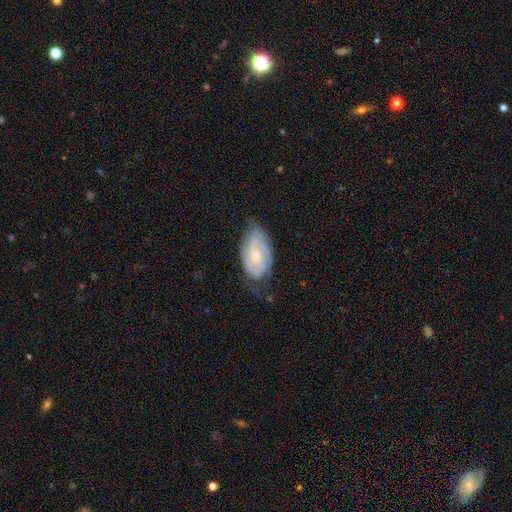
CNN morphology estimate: Smooth or featured?
  - featured or disk: 77% *
  - smooth: 17%
  - star or artifact: 6%
Edge-on disk?
  - no: 96% *
  - yes: 4%
Bar?
  - no: 56% *
  - weak: 37%
  - strong: 6%
Spiral arms?
  - yes: 93% *
  - no: 7%
Spiral winding?
  - tight: 55% *
  - medium: 36%
  - loose: 9%
Spiral arm count?
  - 2: 47% *
  - can't tell: 27%
  - 3: 16%
  - 4: 4%
  - 1: 4%
  - more than 4: 3%
Bulge size?
  - small: 50% *
  - moderate: 40%
  - none: 6%
  - large: 2%
  - dominant: 1%
Merging?
  - none: 60% *
  - minor disturbance: 29%
  - major disturbance: 10%
  - merger: 1%